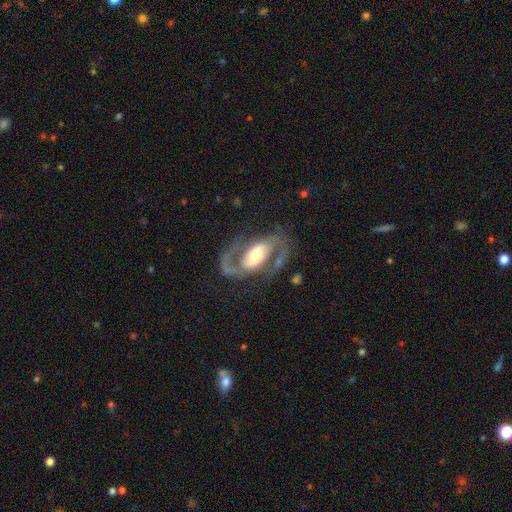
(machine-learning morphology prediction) Smooth or featured?
  - featured or disk: 87% *
  - smooth: 8%
  - star or artifact: 4%
Edge-on disk?
  - no: 96% *
  - yes: 4%
Bar?
  - strong: 35% *
  - weak: 33%
  - no: 32%
Spiral arms?
  - yes: 93% *
  - no: 7%
Spiral winding?
  - medium: 54% *
  - loose: 29%
  - tight: 17%
Spiral arm count?
  - 2: 91% *
  - can't tell: 3%
  - 1: 3%
  - 3: 1%
  - 4: 1%
  - more than 4: 1%
Bulge size?
  - moderate: 54% *
  - small: 27%
  - large: 15%
  - dominant: 2%
  - none: 1%
Merging?
  - none: 72% *
  - minor disturbance: 13%
  - major disturbance: 12%
  - merger: 2%